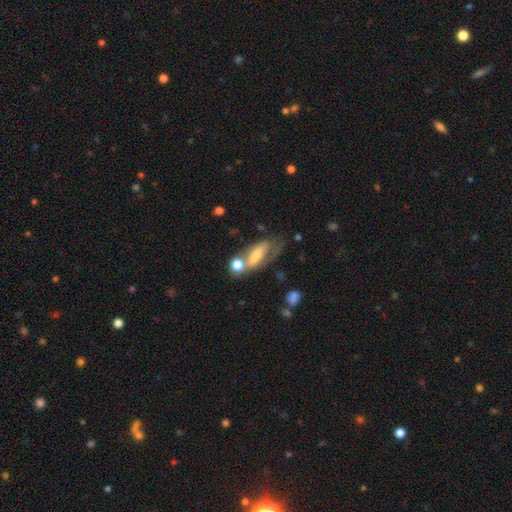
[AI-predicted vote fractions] The model was most divided on "smooth or featured": smooth: 48%, featured or disk: 44%, star or artifact: 9%. Remaining: merging — none (35%).